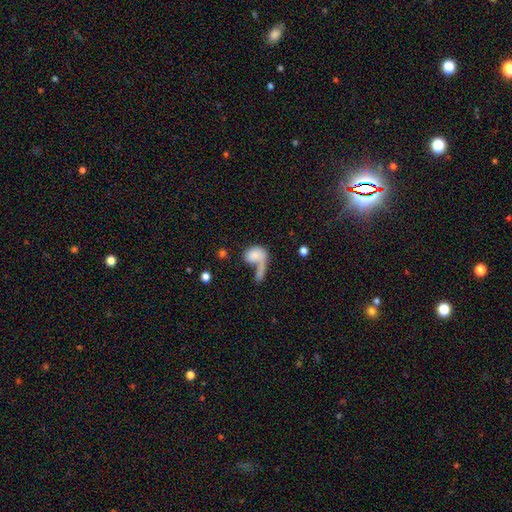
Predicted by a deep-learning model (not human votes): Smooth or featured? Predicted: smooth (p=0.66). How rounded? Predicted: in between (p=0.72). Merging? Predicted: merger (p=0.40).